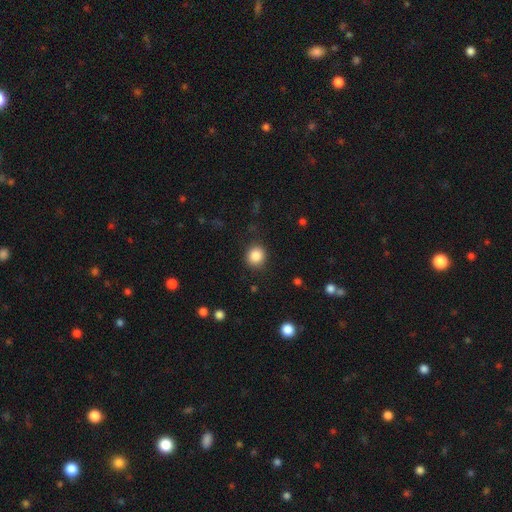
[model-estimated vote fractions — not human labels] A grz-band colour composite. It shows a smooth galaxy with no disk features (86%) that is round (85%). Merging: none (87%).